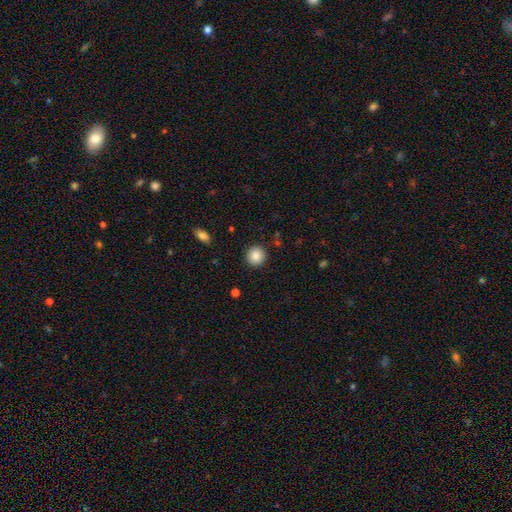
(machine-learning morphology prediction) Smooth or featured? Predicted: smooth (p=0.87). How rounded? Predicted: round (p=0.93). Merging? Predicted: none (p=0.91).